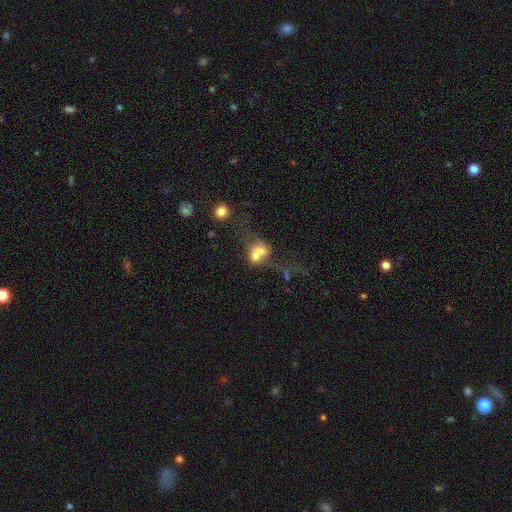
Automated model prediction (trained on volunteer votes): This is possibly a smooth galaxy (56%). How rounded: possibly round (52%). Merging: likely merger (68%).